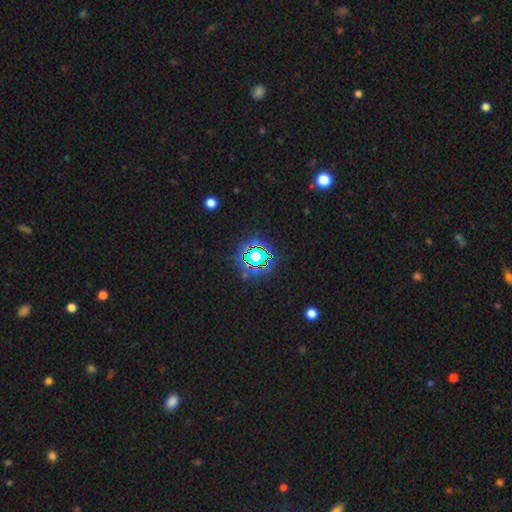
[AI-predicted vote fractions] Overall: star or artifact (72%).